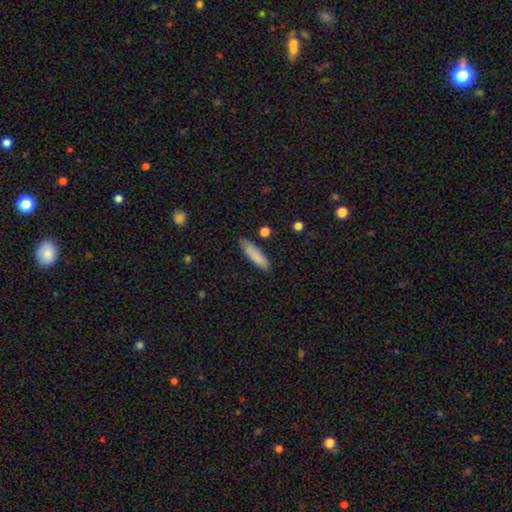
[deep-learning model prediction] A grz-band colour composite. It shows a smooth galaxy with no disk features (84%) that is cigar-shaped (70%). Merging: none (82%).